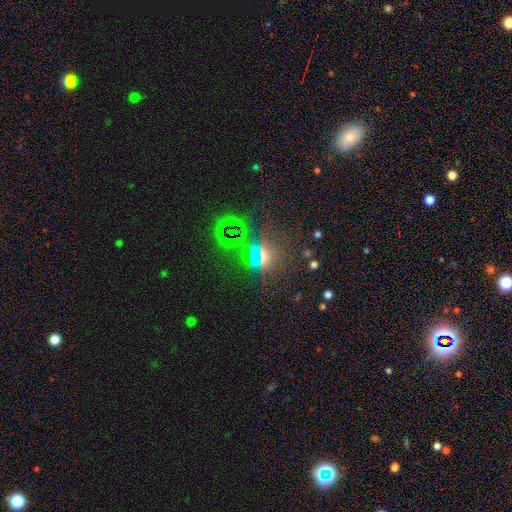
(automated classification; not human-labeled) Overall: star or artifact (66%).